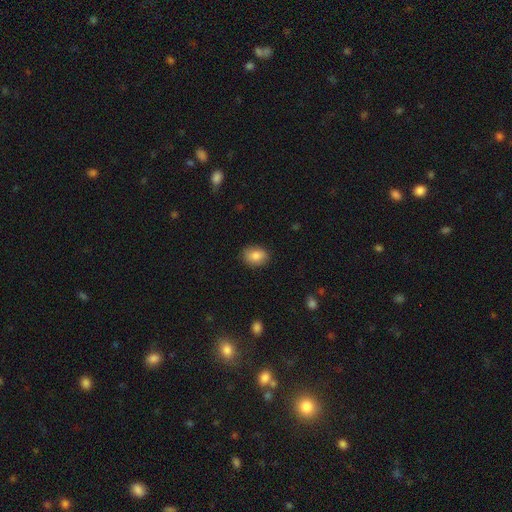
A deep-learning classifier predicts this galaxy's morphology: smooth 85%, star or artifact 8%, featured or disk 8%. Down the decision tree: how rounded — in between (68%); merging — none (84%).